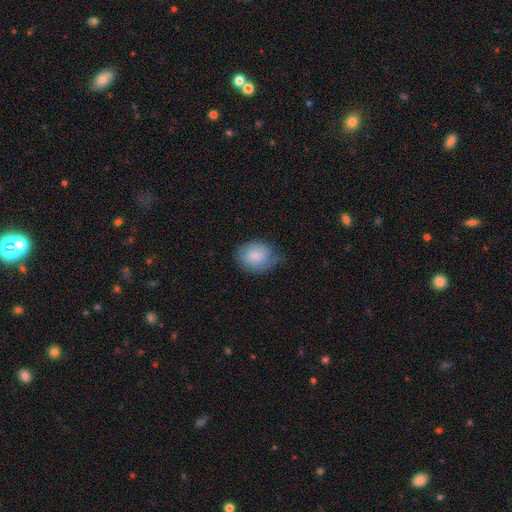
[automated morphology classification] This appears to be a smooth galaxy with no disk features (79%) that is in between round and cigar-shaped (51%). Merging: none (54%).